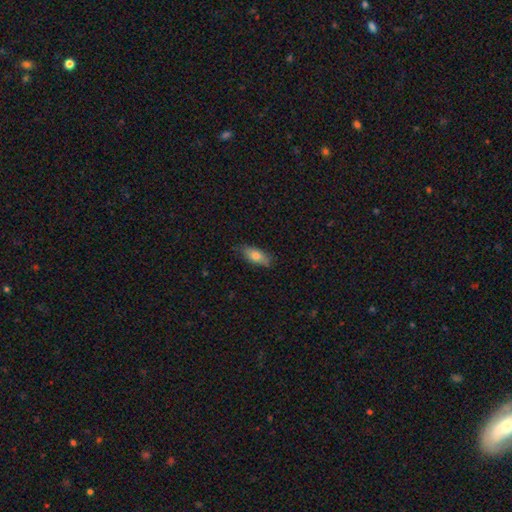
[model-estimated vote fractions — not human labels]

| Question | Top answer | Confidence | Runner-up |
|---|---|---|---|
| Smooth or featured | smooth | 77% | featured or disk (16%) |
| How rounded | in between | 77% | cigar-shaped (21%) |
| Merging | none | 80% | minor disturbance (16%) |